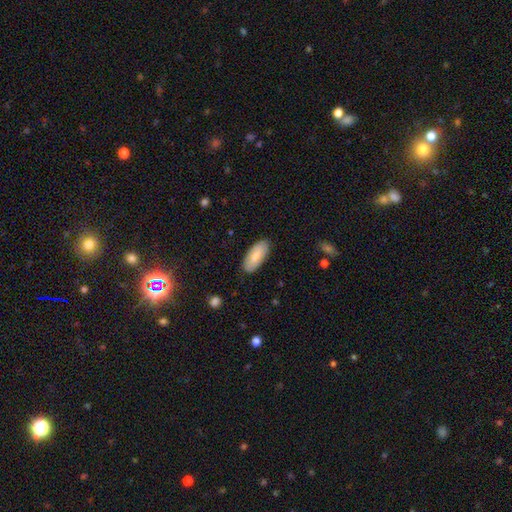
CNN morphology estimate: Smooth or featured? smooth (74%)
How rounded? in between (88%)
Merging? none (86%)